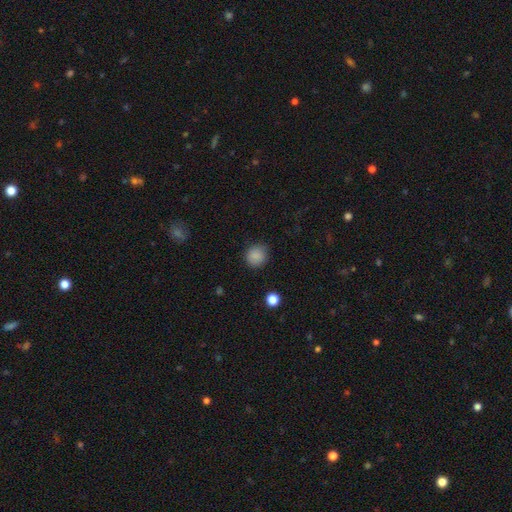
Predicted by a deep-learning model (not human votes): Morphology: type=smooth (86%); roundness=round (86%); merging=none (84%).